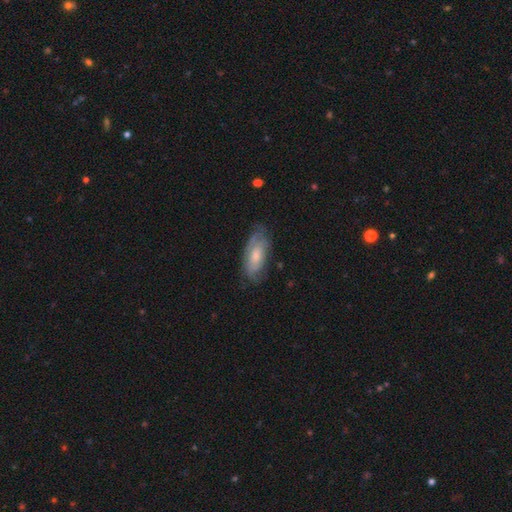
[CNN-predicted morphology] featured or disk 53%, smooth 41%, star or artifact 7%. Down the decision tree: edge-on disk — no (87%); merging — none (65%).